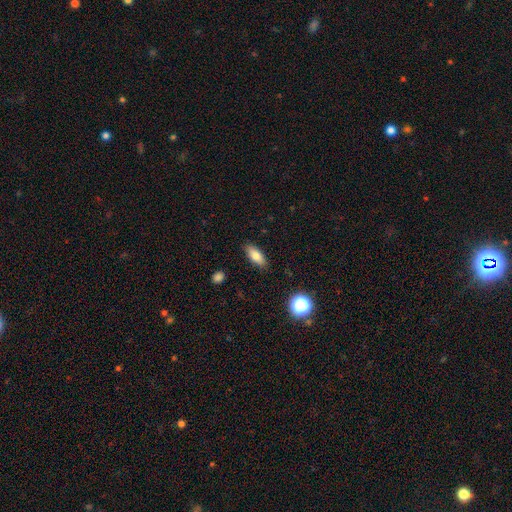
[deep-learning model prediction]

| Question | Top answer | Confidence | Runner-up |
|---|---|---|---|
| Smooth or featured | smooth | 80% | featured or disk (12%) |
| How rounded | in between | 77% | cigar-shaped (20%) |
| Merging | none | 88% | minor disturbance (9%) |